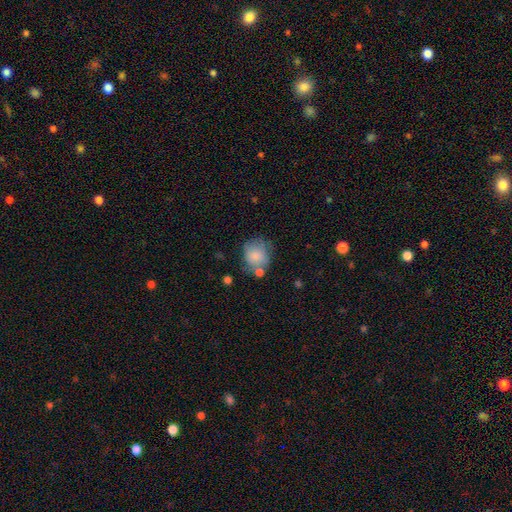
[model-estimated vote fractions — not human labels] Smooth or featured? smooth (81%)
How rounded? round (69%)
Merging? none (52%)